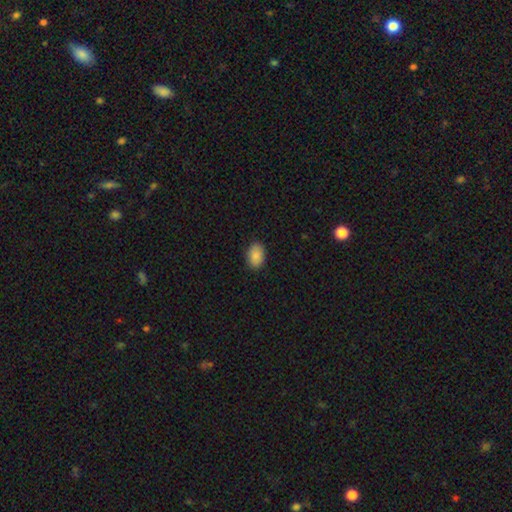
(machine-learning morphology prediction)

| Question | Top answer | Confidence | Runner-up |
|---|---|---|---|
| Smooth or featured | smooth | 89% | star or artifact (7%) |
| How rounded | in between | 88% | round (11%) |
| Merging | none | 89% | minor disturbance (8%) |